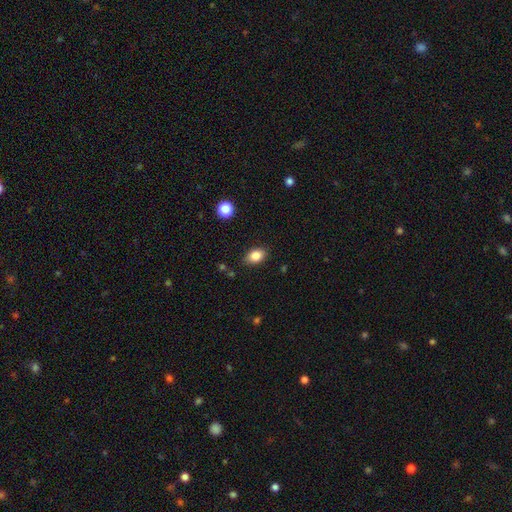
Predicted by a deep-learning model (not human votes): A smooth galaxy with no disk features (84%) that is in between round and cigar-shaped (80%).

Vote fractions:
- Smooth or featured? smooth: 84% / star or artifact: 9% / featured or disk: 6%
- How rounded? in between: 80% / round: 18% / cigar-shaped: 1%
- Merging? none: 85% / minor disturbance: 11% / major disturbance: 3% / merger: 1%